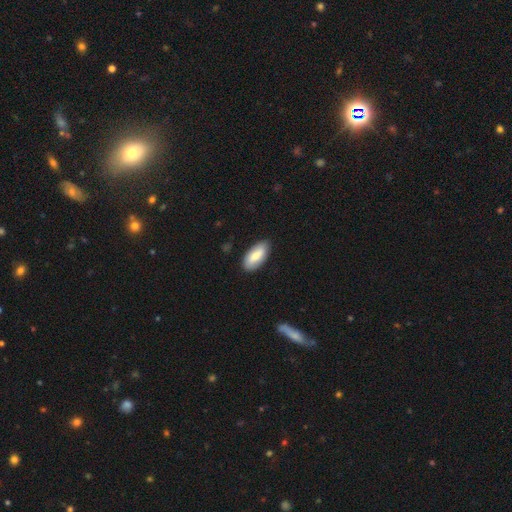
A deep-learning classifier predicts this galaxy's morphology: smooth-or-featured: smooth: 75% | featured or disk: 20% | star or artifact: 6%
  how-rounded: in between: 89% | cigar-shaped: 9% | round: 2%
  merging: none: 84% | minor disturbance: 12% | major disturbance: 2% | merger: 1%